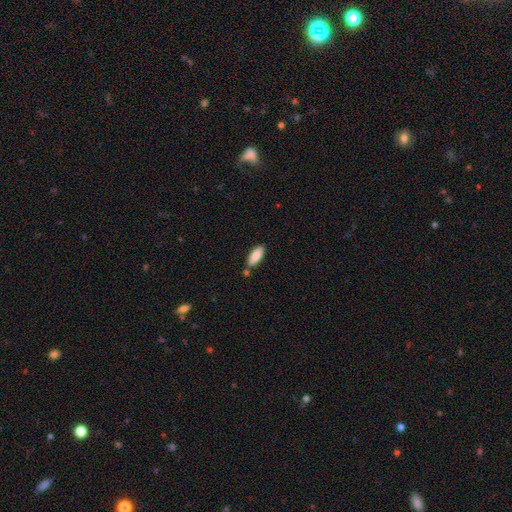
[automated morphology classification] smooth-or-featured: smooth: 87% | featured or disk: 7% | star or artifact: 6%
  how-rounded: in between: 76% | cigar-shaped: 23% | round: 2%
  merging: none: 79% | minor disturbance: 12% | merger: 7% | major disturbance: 2%